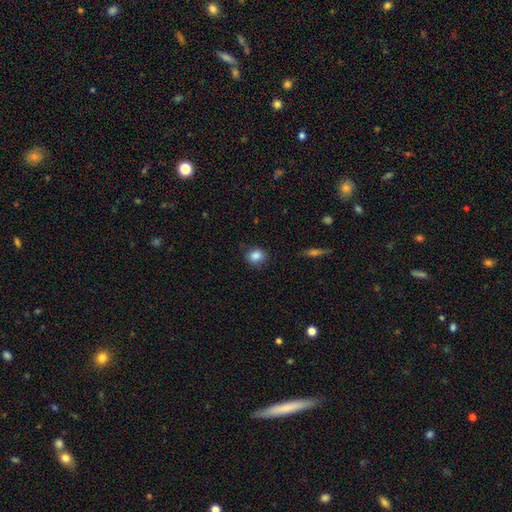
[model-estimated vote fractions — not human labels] A smooth galaxy with no disk features (86%) that is round (70%).

Vote fractions:
- Smooth or featured? smooth: 86% / star or artifact: 9% / featured or disk: 5%
- How rounded? round: 70% / in between: 29% / cigar-shaped: 1%
- Merging? none: 82% / minor disturbance: 14% / major disturbance: 3% / merger: 1%